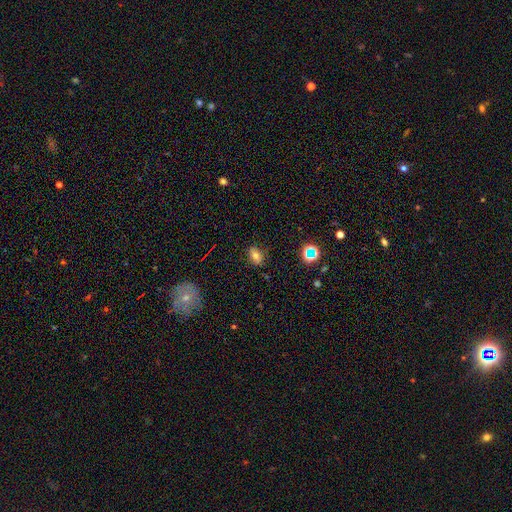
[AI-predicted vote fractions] This appears to be a smooth galaxy with no disk features (68%) that is in between round and cigar-shaped (73%). Merging: none (82%).